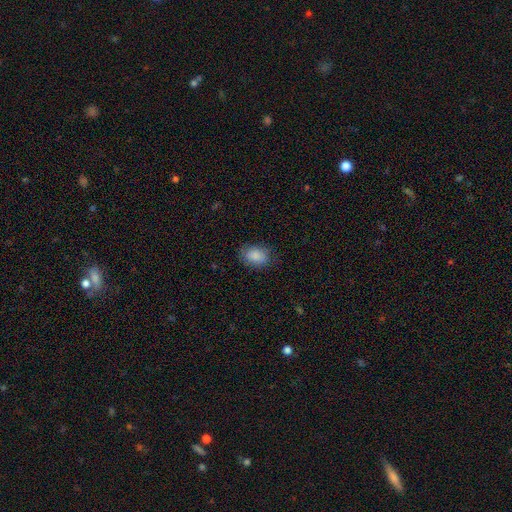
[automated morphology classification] The model was most divided on "how rounded": in between: 75%, round: 24%, cigar-shaped: 1%. More confident: smooth or featured — smooth (87%); merging — none (78%).